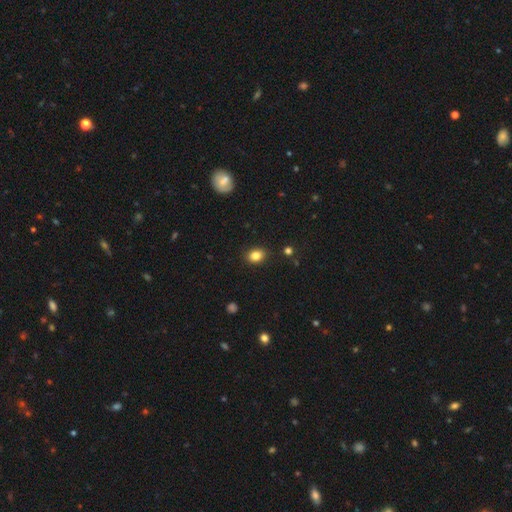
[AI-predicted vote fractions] This is clearly a smooth galaxy (83%). How rounded: possibly in between (53%). Merging: clearly none (88%).